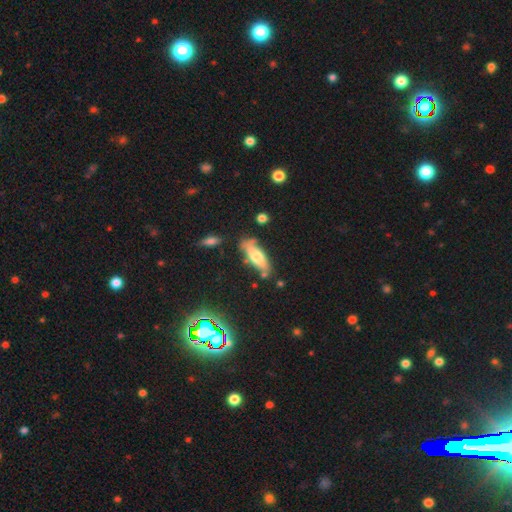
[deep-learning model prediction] Smooth or featured? Predicted: smooth (p=0.59). How rounded? Predicted: in between (p=0.54). Merging? Predicted: none (p=0.68).